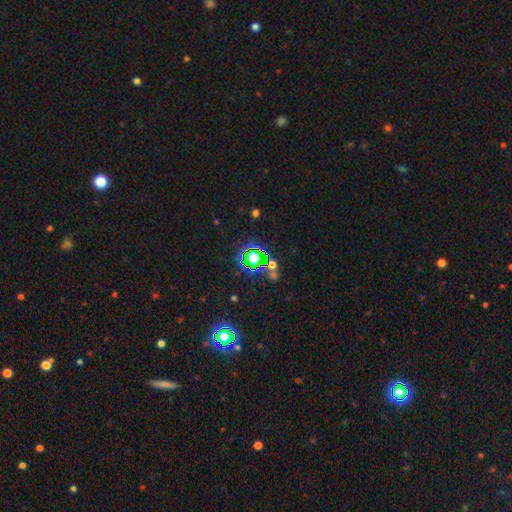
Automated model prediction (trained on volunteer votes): A star or artifact, not a galaxy (72%).

Vote fractions:
- Smooth or featured? star or artifact: 72% / smooth: 18% / featured or disk: 10%